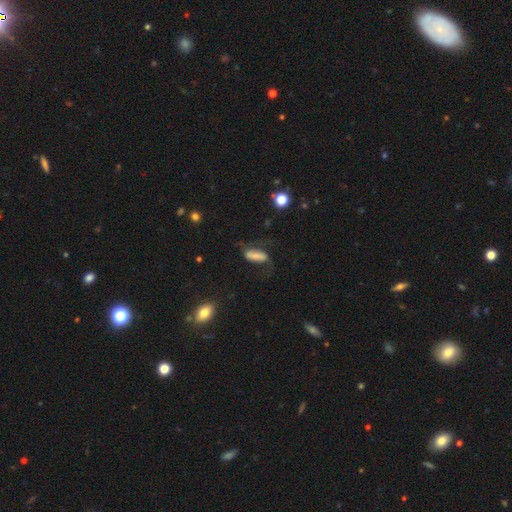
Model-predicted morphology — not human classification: The model was most divided on "merging": none: 41%, major disturbance: 30%, minor disturbance: 25%, merger: 4%. More confident: how rounded — in between (63%); smooth or featured — smooth (58%).